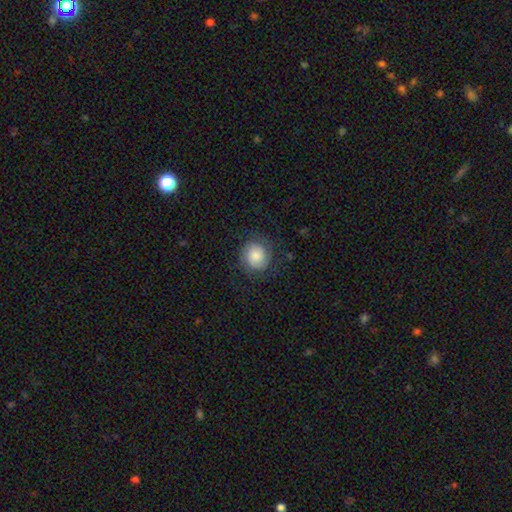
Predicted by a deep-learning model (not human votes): Smooth or featured? smooth (67%)
How rounded? round (85%)
Merging? none (76%)